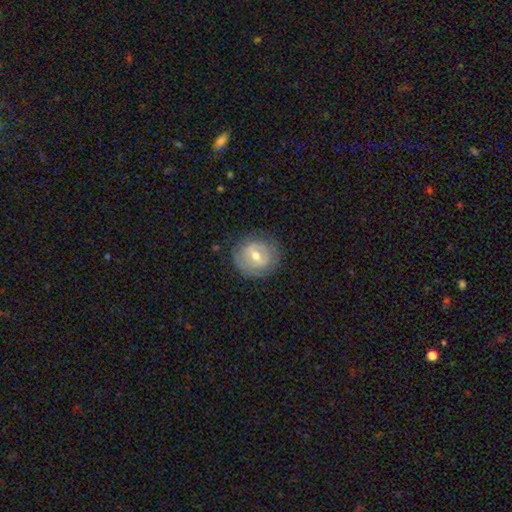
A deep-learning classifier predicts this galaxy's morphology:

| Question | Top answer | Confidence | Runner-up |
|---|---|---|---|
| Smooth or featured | featured or disk | 57% | smooth (36%) |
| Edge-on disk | no | 95% | yes (5%) |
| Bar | weak | 49% | no (28%) |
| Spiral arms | no | 60% | yes (40%) |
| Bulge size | moderate | 69% | small (26%) |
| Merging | none | 78% | minor disturbance (14%) |